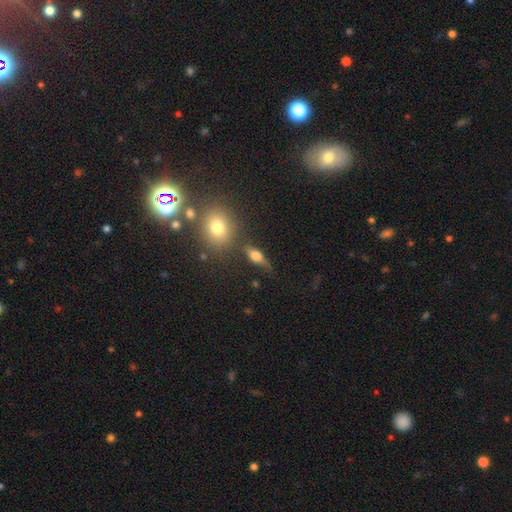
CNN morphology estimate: Smooth or featured: smooth — 51% (featured or disk — 37%)
How rounded: in between — 59% (cigar-shaped — 27%)
Merging: none — 65% (minor disturbance — 19%)